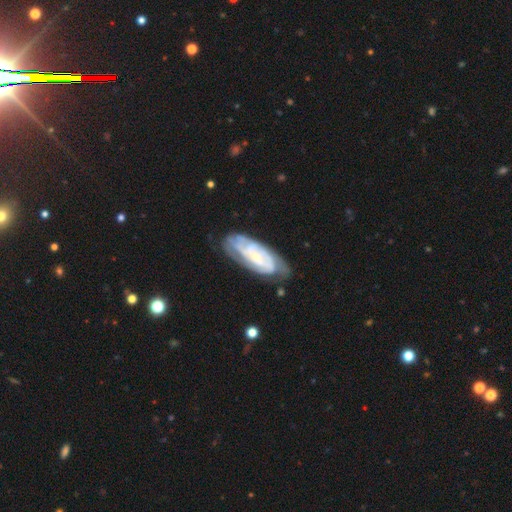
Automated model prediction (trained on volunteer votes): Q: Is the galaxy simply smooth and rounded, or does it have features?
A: featured or disk — 76%.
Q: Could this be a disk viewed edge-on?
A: no — 91%.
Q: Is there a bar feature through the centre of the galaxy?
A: no — 52%.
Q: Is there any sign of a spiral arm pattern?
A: yes — 91%.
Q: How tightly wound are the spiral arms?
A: tight — 66%.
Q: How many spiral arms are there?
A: can't tell — 43%.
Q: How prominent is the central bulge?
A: small — 68%.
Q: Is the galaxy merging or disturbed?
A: none — 68%.